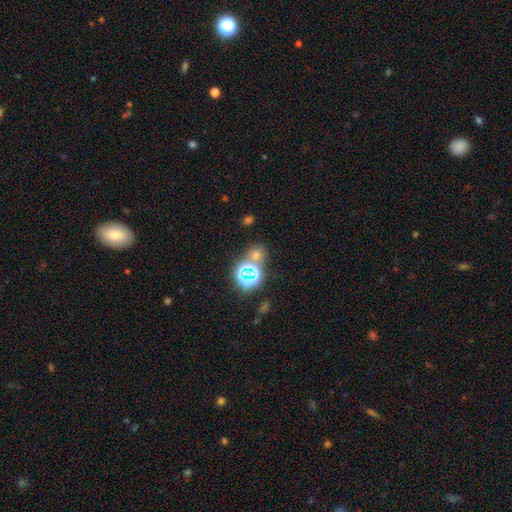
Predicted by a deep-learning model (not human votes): smooth-or-featured: star or artifact: 54% | smooth: 38% | featured or disk: 8%